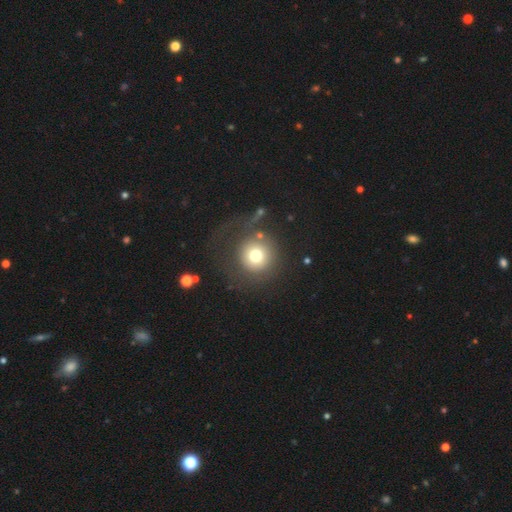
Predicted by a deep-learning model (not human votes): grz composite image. It shows a smooth galaxy with no disk features (71%) that is round (95%). Merging: none (63%).